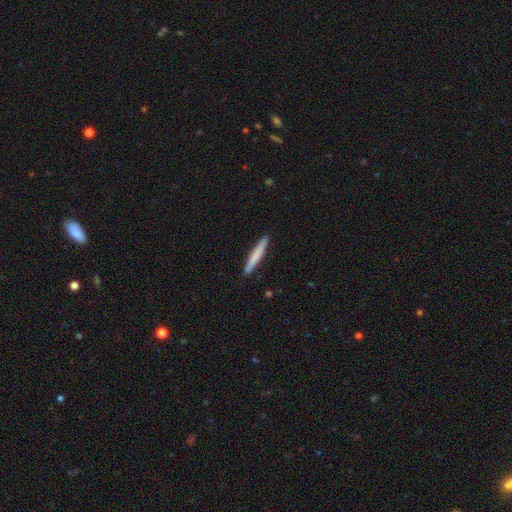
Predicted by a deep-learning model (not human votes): The model was most divided on "smooth or featured": smooth: 72%, featured or disk: 23%, star or artifact: 5%. More confident: how rounded — cigar-shaped (96%); merging — none (91%).